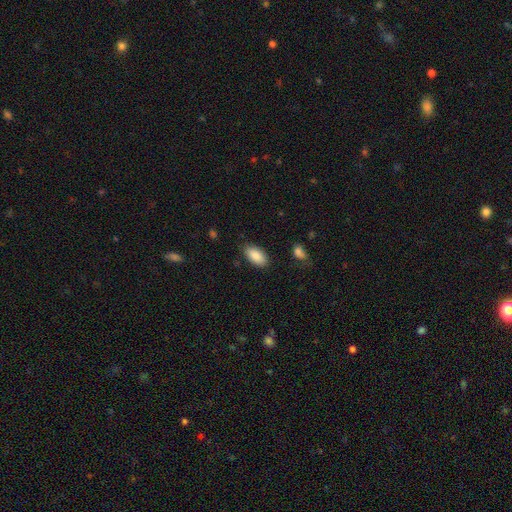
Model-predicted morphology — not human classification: smooth 89%, star or artifact 6%, featured or disk 5%. Down the decision tree: how rounded — in between (93%); merging — none (83%).